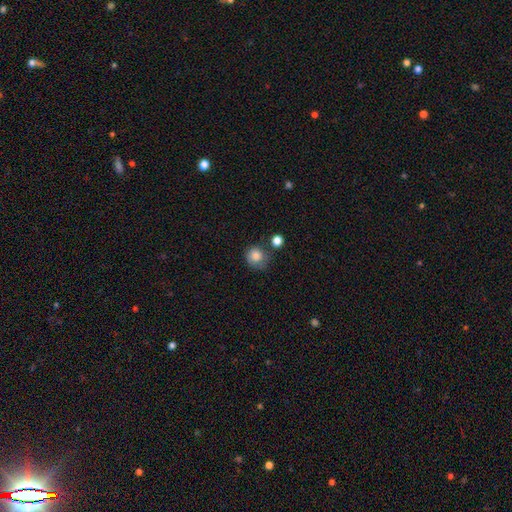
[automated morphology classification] The model was most divided on "merging": none: 62%, minor disturbance: 20%, merger: 10%, major disturbance: 7%. More confident: how rounded — round (89%); smooth or featured — smooth (82%).